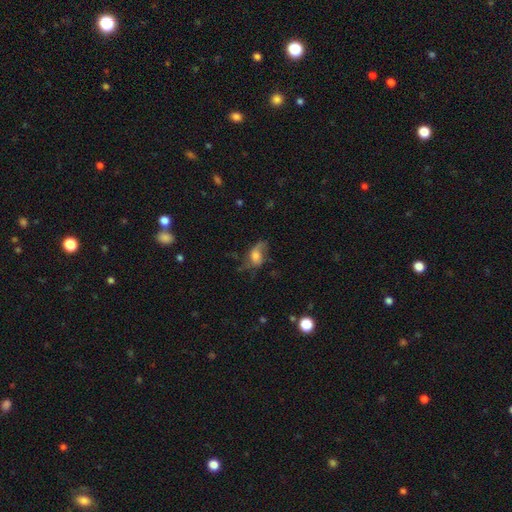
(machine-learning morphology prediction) Overall: smooth (50%; featured or disk 40%). Merging: none (36%; major disturbance 33%).